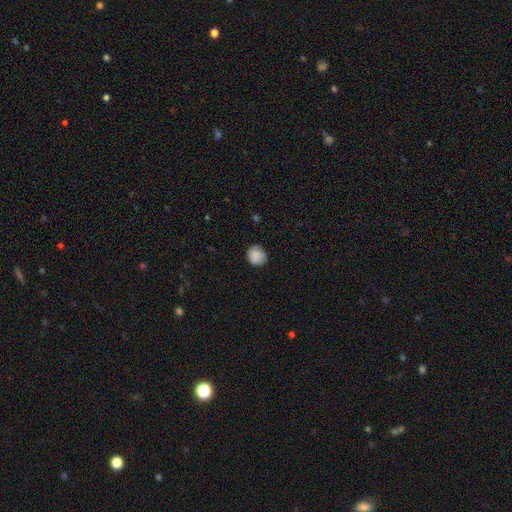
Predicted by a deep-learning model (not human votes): smooth 87%, star or artifact 8%, featured or disk 5%. Down the decision tree: how rounded — round (75%); merging — none (76%).